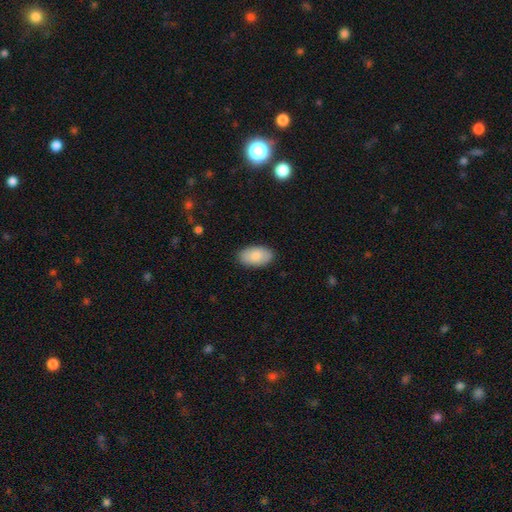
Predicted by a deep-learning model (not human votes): Smooth or featured: smooth — 83% (featured or disk — 11%)
How rounded: in between — 95% (round — 4%)
Merging: none — 88% (minor disturbance — 9%)